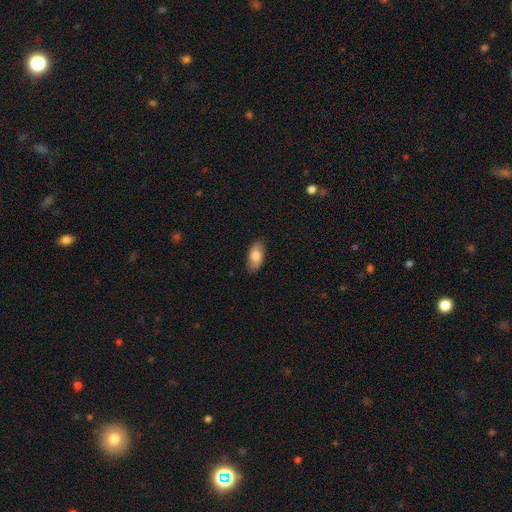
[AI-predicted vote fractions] This appears to be a smooth galaxy with no disk features (78%) that is in between round and cigar-shaped (92%). Merging: none (86%).